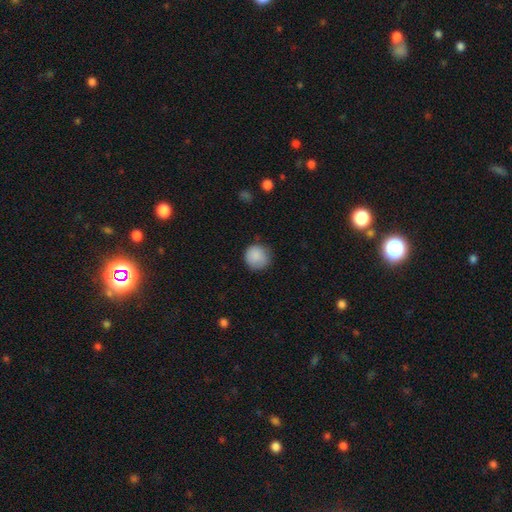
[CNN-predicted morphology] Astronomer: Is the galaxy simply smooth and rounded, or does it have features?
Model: smooth — 87%.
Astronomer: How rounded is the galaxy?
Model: round — 93%.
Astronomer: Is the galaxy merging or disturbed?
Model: none — 78%.